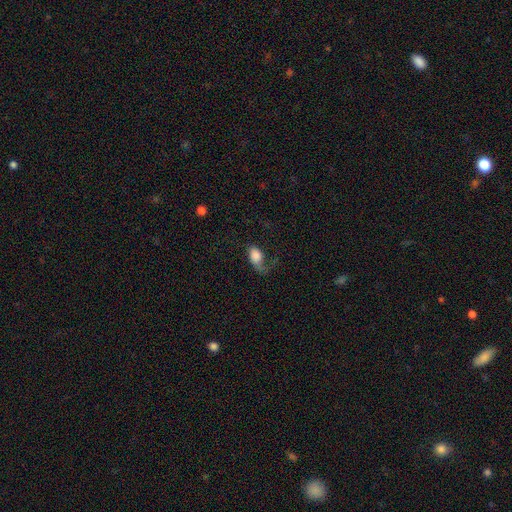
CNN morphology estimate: Smooth or featured? smooth (66%)
How rounded? in between (86%)
Merging? major disturbance (44%)